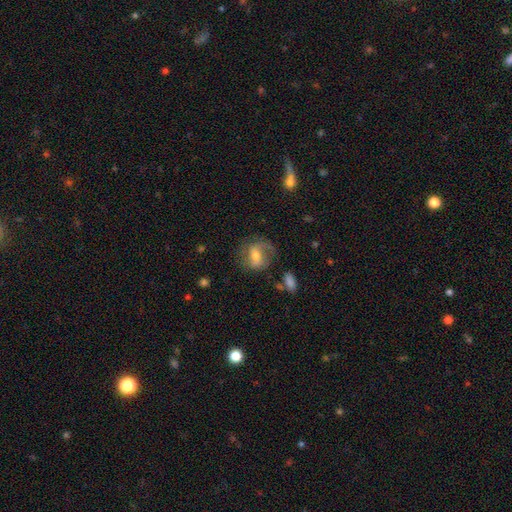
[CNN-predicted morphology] Q: Smooth or featured?
A: featured or disk (64%); runner-up: smooth (28%)
Q: Edge-on disk?
A: no (96%); runner-up: yes (4%)
Q: Bar?
A: weak (46%); runner-up: strong (28%)
Q: Spiral arms?
A: yes (84%); runner-up: no (16%)
Q: Spiral winding?
A: medium (46%); runner-up: loose (33%)
Q: Spiral arm count?
A: 2 (68%); runner-up: 1 (18%)
Q: Bulge size?
A: moderate (56%); runner-up: small (35%)
Q: Merging?
A: none (62%); runner-up: minor disturbance (20%)